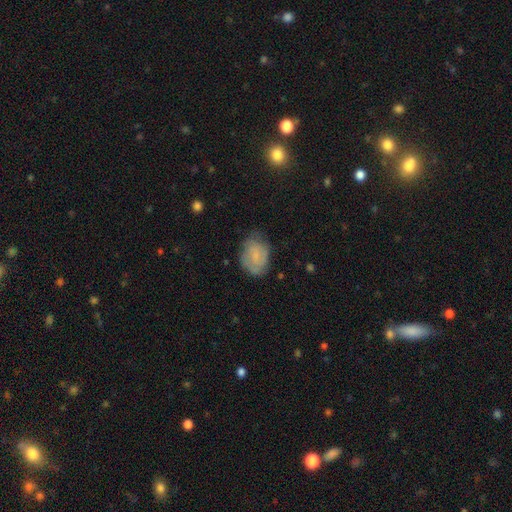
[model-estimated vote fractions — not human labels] Q: Smooth or featured?
A: smooth (59%); runner-up: featured or disk (32%)
Q: How rounded?
A: in between (77%); runner-up: round (22%)
Q: Merging?
A: none (63%); runner-up: minor disturbance (27%)